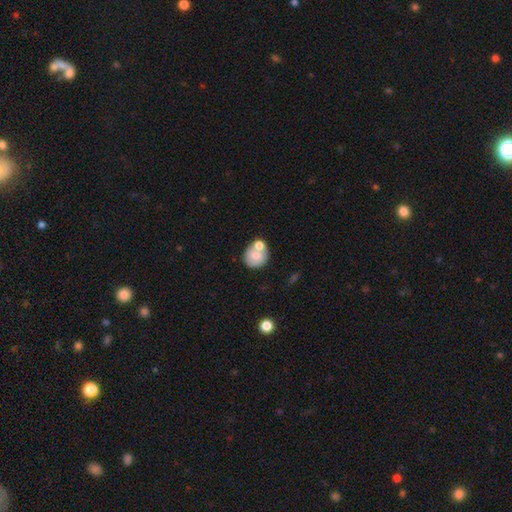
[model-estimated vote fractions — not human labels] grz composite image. It shows a smooth galaxy with no disk features (73%) that is round (79%). Merging: none (48%).